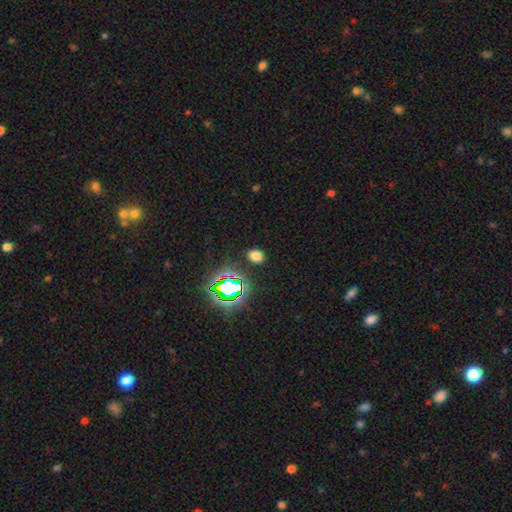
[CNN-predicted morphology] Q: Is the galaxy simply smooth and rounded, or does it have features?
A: smooth — 69%.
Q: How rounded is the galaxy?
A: in between — 71%.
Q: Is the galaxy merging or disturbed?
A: none — 87%.